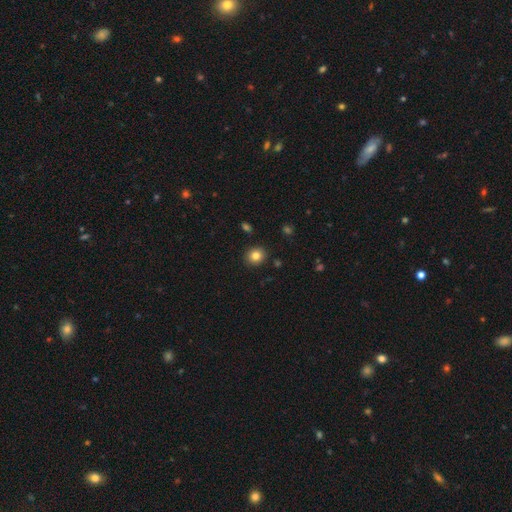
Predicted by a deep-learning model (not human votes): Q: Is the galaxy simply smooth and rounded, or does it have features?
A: smooth — 83%.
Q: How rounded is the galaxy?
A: round — 80%.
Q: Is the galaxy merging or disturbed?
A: none — 90%.